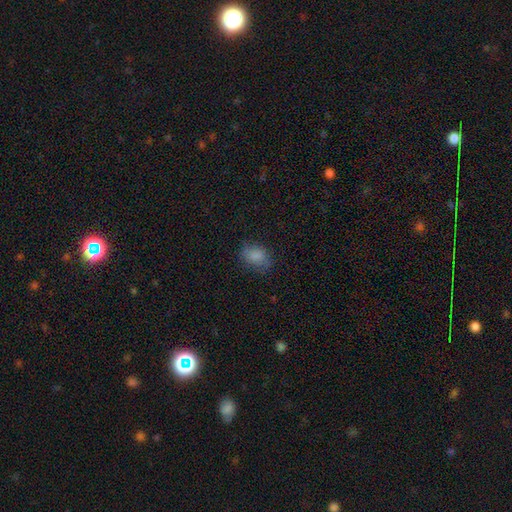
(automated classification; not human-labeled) The model was most divided on "how rounded": in between: 65%, round: 33%, cigar-shaped: 1%. More confident: smooth or featured — smooth (83%); merging — none (70%).